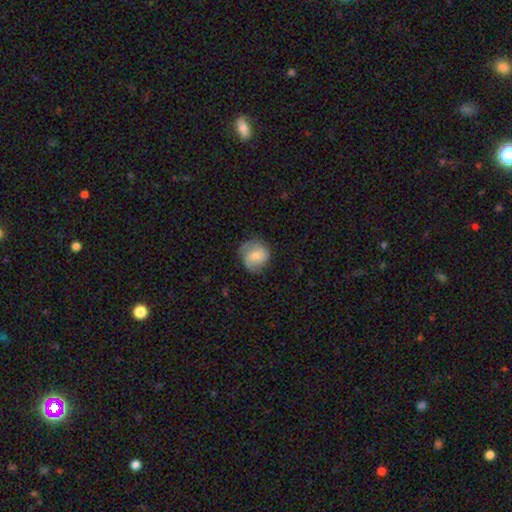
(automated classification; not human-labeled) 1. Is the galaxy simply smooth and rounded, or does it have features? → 51% smooth, 42% featured or disk, 7% star or artifact.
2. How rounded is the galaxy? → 79% round, 20% in between, 1% cigar-shaped.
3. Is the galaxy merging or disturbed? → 64% none, 25% minor disturbance, 10% major disturbance, 1% merger.